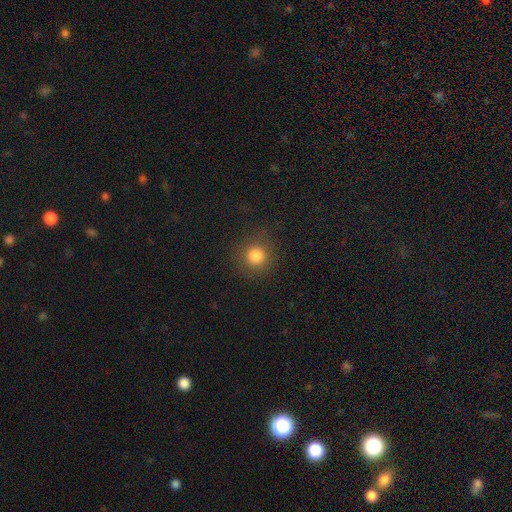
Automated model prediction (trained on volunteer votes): Overall: smooth (82%). How rounded: round (93%). Merging: none (86%).